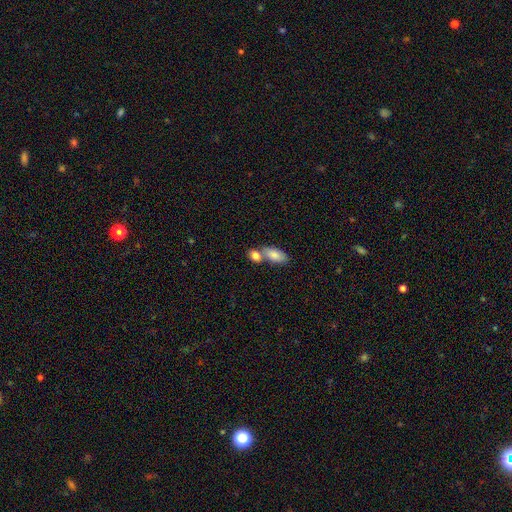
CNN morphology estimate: The model was most divided on "merging": merger: 53%, none: 35%, minor disturbance: 8%, major disturbance: 4%. More confident: smooth or featured — smooth (83%); how rounded — in between (75%).